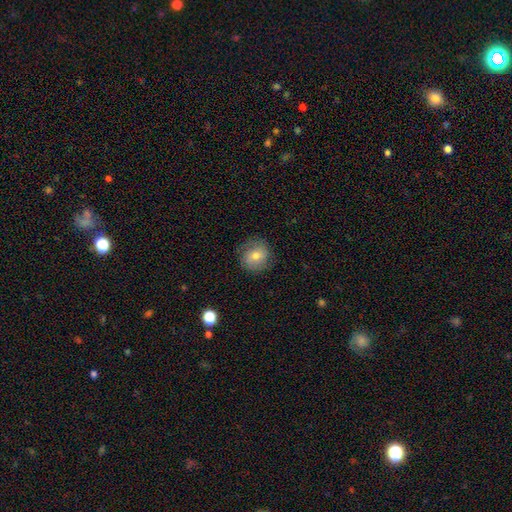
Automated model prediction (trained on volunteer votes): Smooth or featured?
  - smooth: 64% *
  - featured or disk: 26%
  - star or artifact: 9%
How rounded?
  - round: 85% *
  - in between: 14%
  - cigar-shaped: 1%
Merging?
  - none: 80% *
  - minor disturbance: 14%
  - major disturbance: 5%
  - merger: 1%